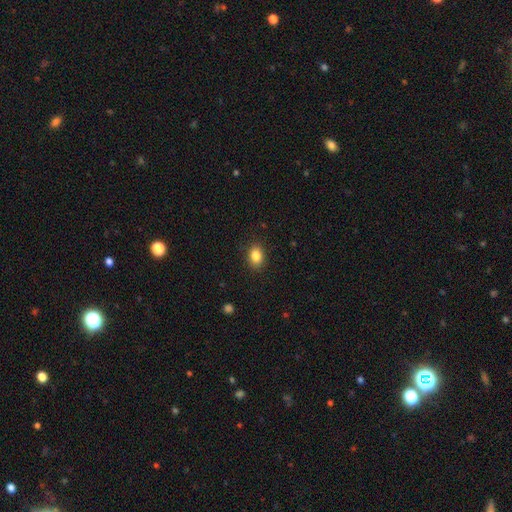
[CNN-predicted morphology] Q: Smooth or featured?
A: smooth (85%); runner-up: star or artifact (9%)
Q: How rounded?
A: in between (70%); runner-up: round (29%)
Q: Merging?
A: none (87%); runner-up: minor disturbance (9%)